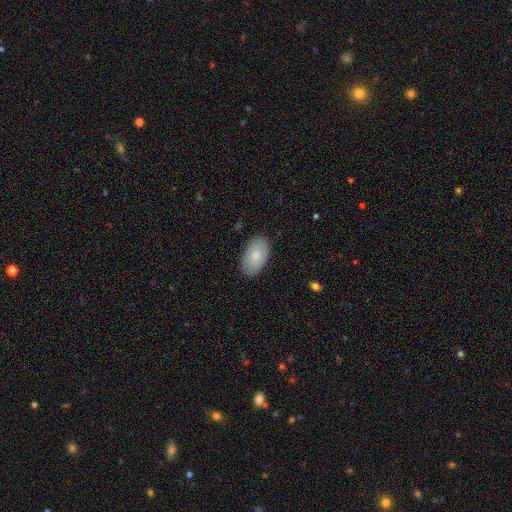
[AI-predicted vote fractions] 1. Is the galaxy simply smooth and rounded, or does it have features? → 82% smooth, 12% featured or disk, 6% star or artifact.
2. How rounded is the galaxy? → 95% in between, 4% round, 1% cigar-shaped.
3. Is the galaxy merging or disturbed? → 87% none, 10% minor disturbance, 2% major disturbance, 1% merger.